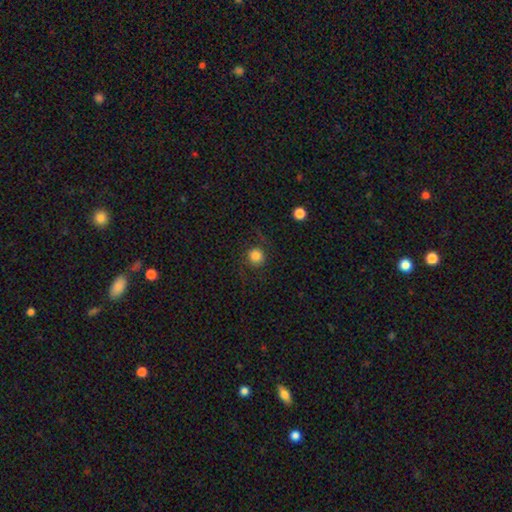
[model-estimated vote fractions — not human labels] A smooth galaxy with no disk features (75%) that is round (92%).

Vote fractions:
- Smooth or featured? smooth: 75% / featured or disk: 13% / star or artifact: 12%
- How rounded? round: 92% / in between: 7% / cigar-shaped: 1%
- Merging? none: 78% / minor disturbance: 11% / major disturbance: 9% / merger: 2%